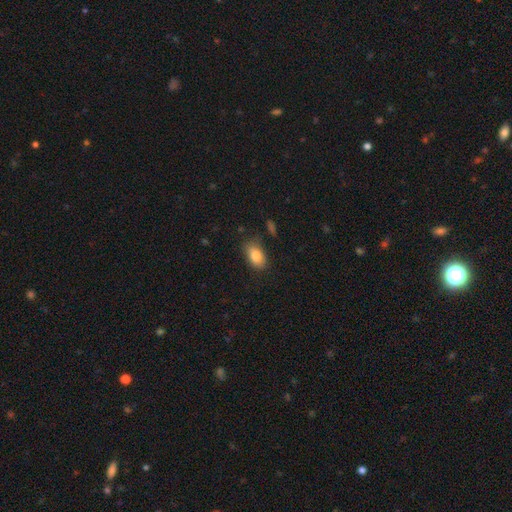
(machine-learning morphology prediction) smooth-or-featured: smooth: 86% | star or artifact: 8% | featured or disk: 7%
  how-rounded: in between: 90% | round: 8% | cigar-shaped: 2%
  merging: none: 78% | minor disturbance: 16% | major disturbance: 4% | merger: 2%